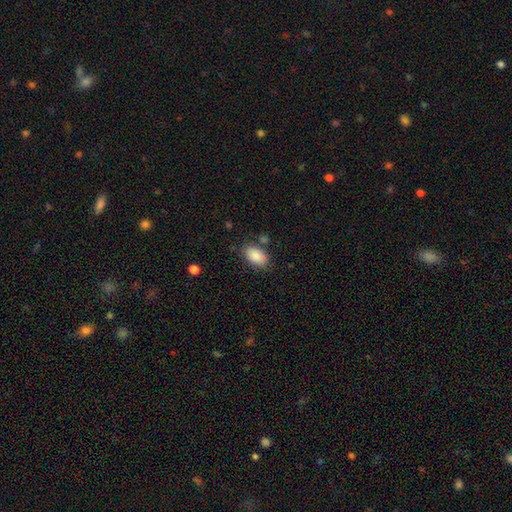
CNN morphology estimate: Q: Smooth or featured?
A: smooth (88%); runner-up: star or artifact (7%)
Q: How rounded?
A: in between (93%); runner-up: round (5%)
Q: Merging?
A: none (77%); runner-up: minor disturbance (14%)